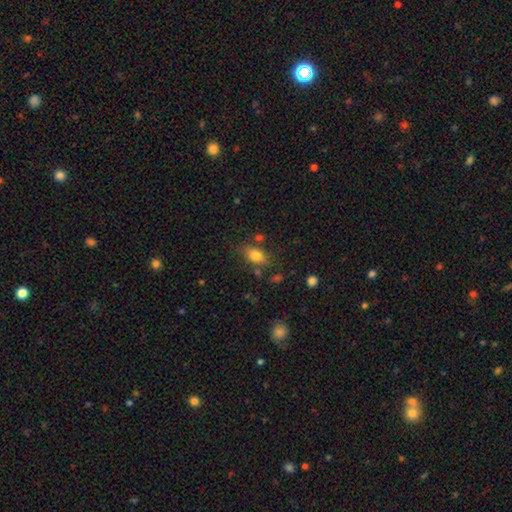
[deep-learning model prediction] Q: Smooth or featured?
A: smooth (80%); runner-up: featured or disk (11%)
Q: How rounded?
A: in between (82%); runner-up: round (13%)
Q: Merging?
A: none (74%); runner-up: minor disturbance (16%)